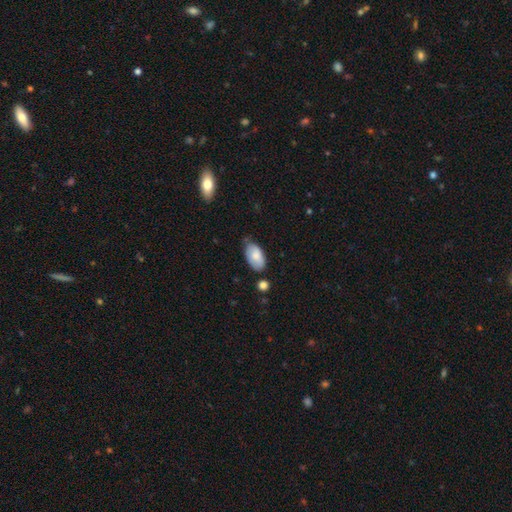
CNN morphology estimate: smooth-or-featured: smooth: 78% | featured or disk: 16% | star or artifact: 6%
  how-rounded: in between: 95% | round: 3% | cigar-shaped: 2%
  merging: none: 62% | minor disturbance: 28% | major disturbance: 5% | merger: 5%